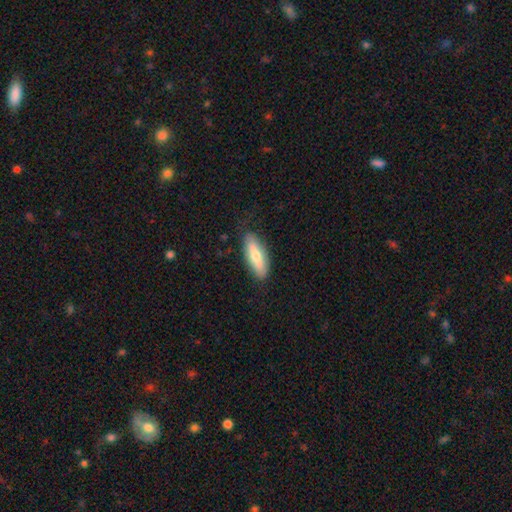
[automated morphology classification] Q: Smooth or featured?
A: smooth (64%); runner-up: featured or disk (30%)
Q: How rounded?
A: in between (55%); runner-up: cigar-shaped (43%)
Q: Merging?
A: none (79%); runner-up: minor disturbance (16%)